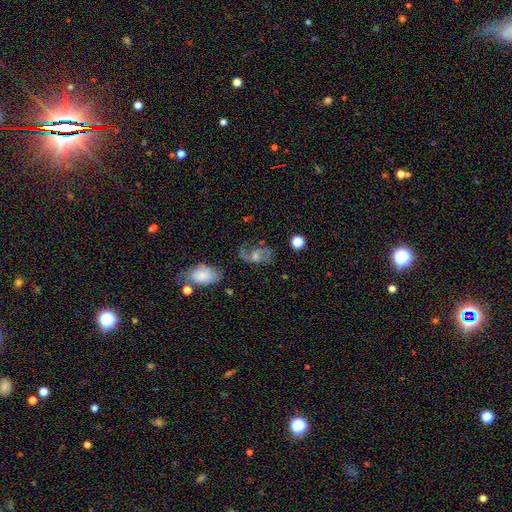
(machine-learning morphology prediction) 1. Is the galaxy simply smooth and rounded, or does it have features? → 66% featured or disk, 20% smooth, 15% star or artifact.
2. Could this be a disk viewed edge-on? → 96% no, 4% yes.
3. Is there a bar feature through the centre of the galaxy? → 53% no, 38% weak, 9% strong.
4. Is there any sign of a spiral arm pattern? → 89% yes, 11% no.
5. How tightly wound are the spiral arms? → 43% medium (tied), 43% loose (tied), 15% tight.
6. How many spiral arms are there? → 81% 2, 8% can't tell, 6% 1, 2% 3, 1% 4, 1% more than 4.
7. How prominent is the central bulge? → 51% moderate, 34% small, 7% large, 6% none, 2% dominant.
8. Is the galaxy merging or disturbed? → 63% none, 19% minor disturbance, 14% major disturbance, 4% merger.